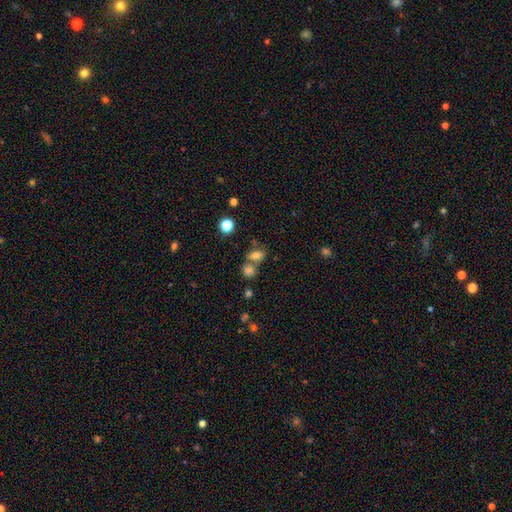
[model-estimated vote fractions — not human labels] The model was most divided on "merging": none: 47%, merger: 36%, minor disturbance: 12%, major disturbance: 5%. More confident: smooth or featured — smooth (73%); how rounded — in between (72%).